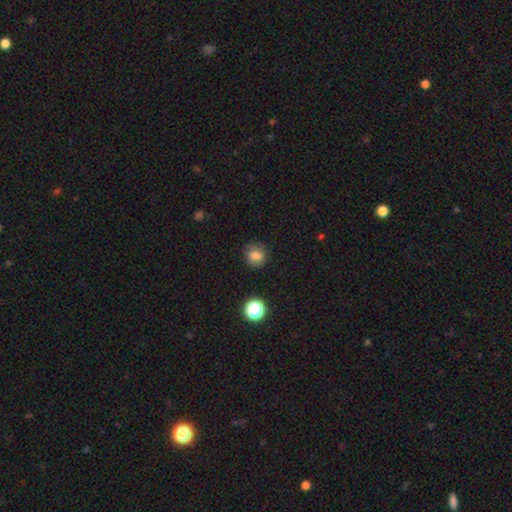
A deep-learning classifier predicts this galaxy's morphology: smooth 80%, star or artifact 13%, featured or disk 7%. Down the decision tree: how rounded — round (84%); merging — none (83%).